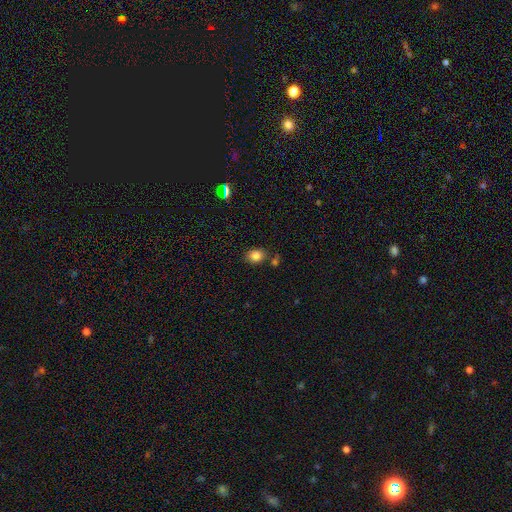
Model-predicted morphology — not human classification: A smooth galaxy with no disk features (84%) that is round (50%). Merging: none (76%).